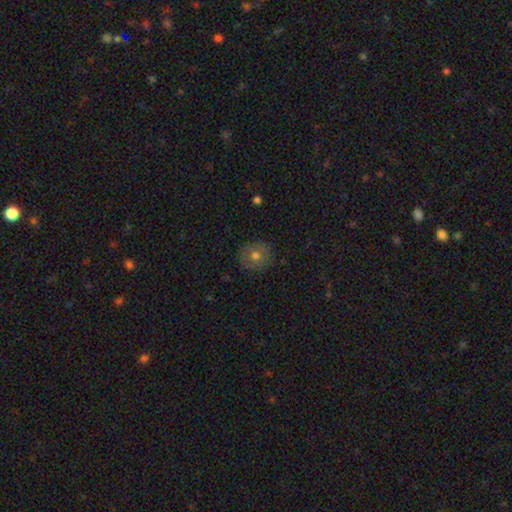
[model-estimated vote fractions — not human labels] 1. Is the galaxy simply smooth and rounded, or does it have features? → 66% smooth, 23% featured or disk, 11% star or artifact.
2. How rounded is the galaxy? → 86% round, 13% in between, 1% cigar-shaped.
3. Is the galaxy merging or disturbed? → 86% none, 10% minor disturbance, 3% major disturbance, 1% merger.